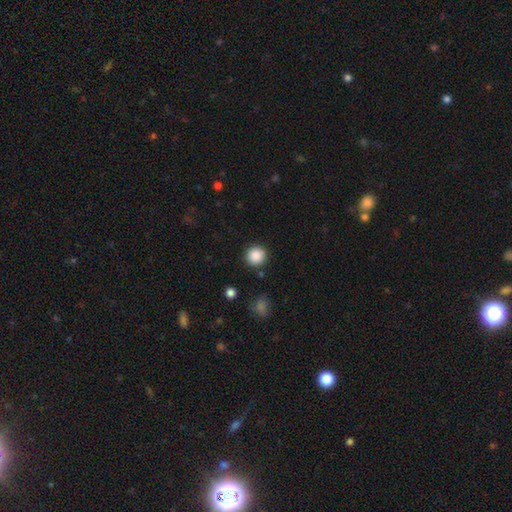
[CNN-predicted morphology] This appears to be a smooth galaxy with no disk features (88%) that is round (94%). Merging: none (89%).